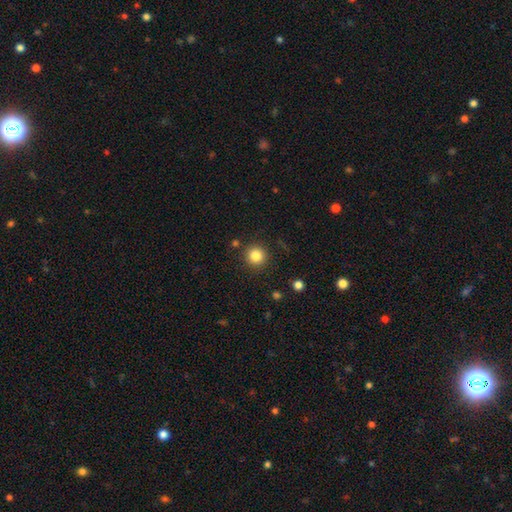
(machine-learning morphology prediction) A smooth galaxy with no disk features (84%) that is round (94%).

Vote fractions:
- Smooth or featured? smooth: 84% / star or artifact: 11% / featured or disk: 5%
- How rounded? round: 94% / in between: 5% / cigar-shaped: 1%
- Merging? none: 88% / minor disturbance: 7% / major disturbance: 3% / merger: 3%